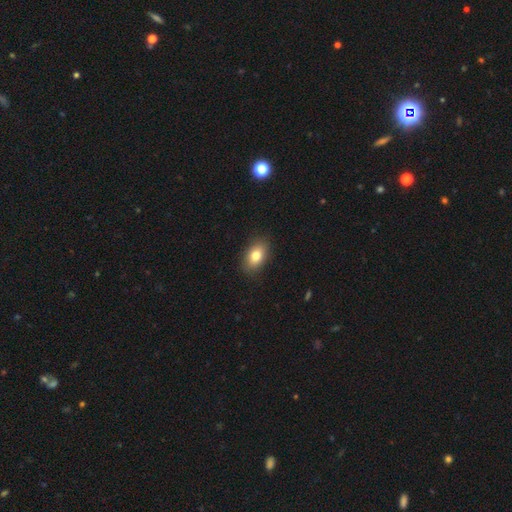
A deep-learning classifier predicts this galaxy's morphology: Smooth or featured?
  - smooth: 80% *
  - featured or disk: 11%
  - star or artifact: 9%
How rounded?
  - in between: 85% *
  - round: 13%
  - cigar-shaped: 2%
Merging?
  - none: 88% *
  - minor disturbance: 9%
  - major disturbance: 2%
  - merger: 1%